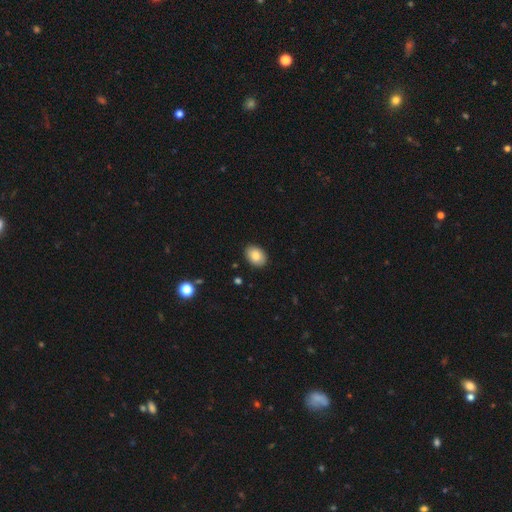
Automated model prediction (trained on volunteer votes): Smooth or featured? smooth (84%)
How rounded? in between (77%)
Merging? none (88%)